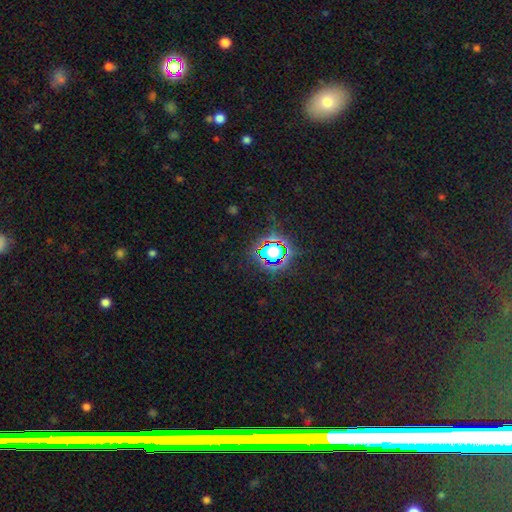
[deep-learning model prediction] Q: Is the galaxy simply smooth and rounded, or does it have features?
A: star or artifact — 79%.